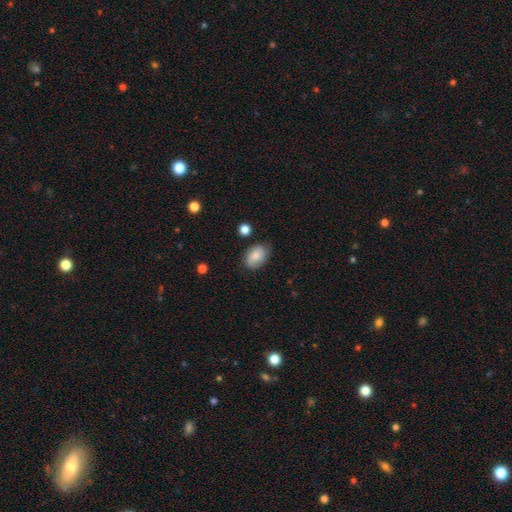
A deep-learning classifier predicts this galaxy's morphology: Smooth or featured? smooth (77%)
How rounded? in between (85%)
Merging? none (70%)